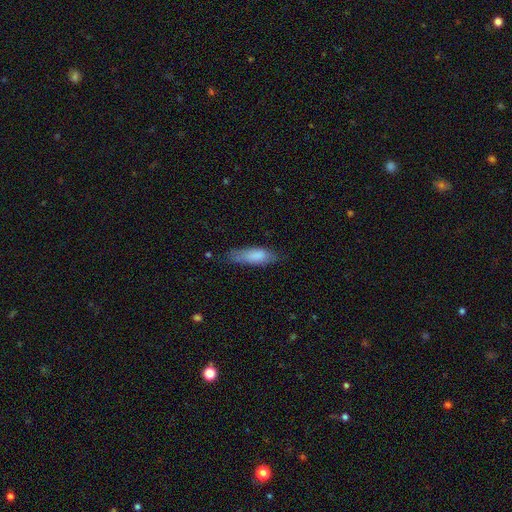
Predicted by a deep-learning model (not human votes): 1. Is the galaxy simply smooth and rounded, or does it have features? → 80% smooth, 13% featured or disk, 6% star or artifact.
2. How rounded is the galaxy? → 57% in between, 41% cigar-shaped, 2% round.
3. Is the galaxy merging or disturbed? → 61% none, 29% minor disturbance, 8% major disturbance, 2% merger.